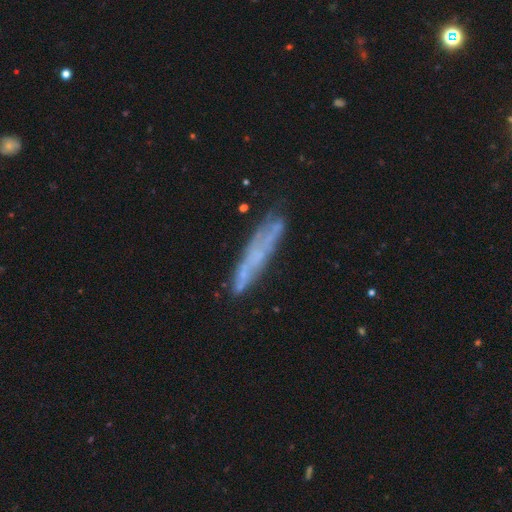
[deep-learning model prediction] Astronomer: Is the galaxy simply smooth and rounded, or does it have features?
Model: featured or disk — 53% (runner-up: smooth, 37%).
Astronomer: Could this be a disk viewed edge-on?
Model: yes — 60% (runner-up: no, 40%).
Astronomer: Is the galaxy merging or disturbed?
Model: none — 72%.